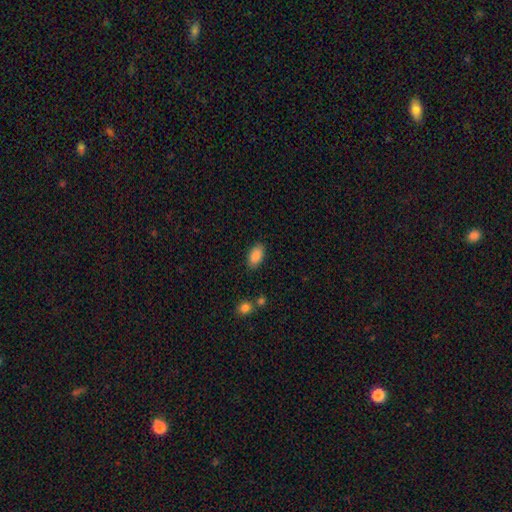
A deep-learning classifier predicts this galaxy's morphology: A smooth galaxy with no disk features (86%) that is in between round and cigar-shaped (93%). Merging: none (87%).